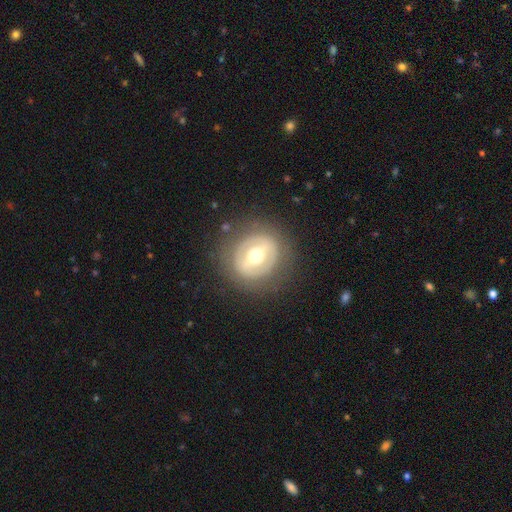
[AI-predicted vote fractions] Smooth or featured: featured or disk — 64% (smooth — 30%)
Edge-on disk: no — 93% (yes — 7%)
Bar: strong — 49% (weak — 30%)
Spiral arms: no — 80% (yes — 20%)
Bulge size: moderate — 71% (small — 16%)
Merging: none — 81% (minor disturbance — 11%)